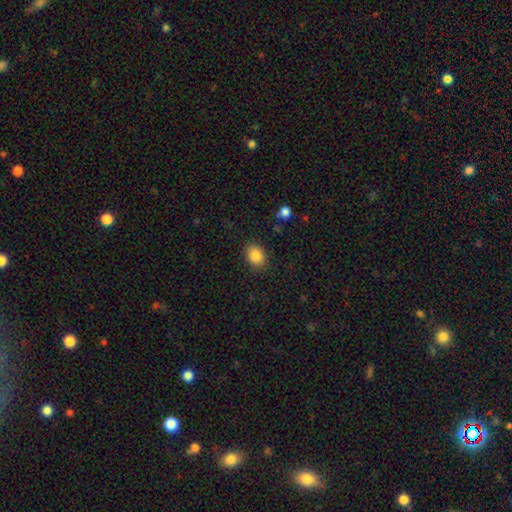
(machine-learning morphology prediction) smooth_or_featured: smooth (p=0.86) [alt: star or artifact p=0.09]
how_rounded: in between (p=0.65) [alt: round p=0.34]
merging: none (p=0.87) [alt: minor disturbance p=0.09]